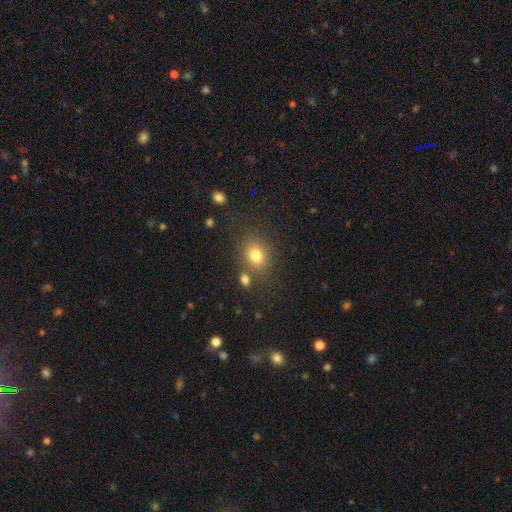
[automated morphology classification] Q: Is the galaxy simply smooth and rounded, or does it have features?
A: smooth — 78%.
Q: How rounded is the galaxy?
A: round — 59%.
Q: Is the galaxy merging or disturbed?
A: none — 74%.